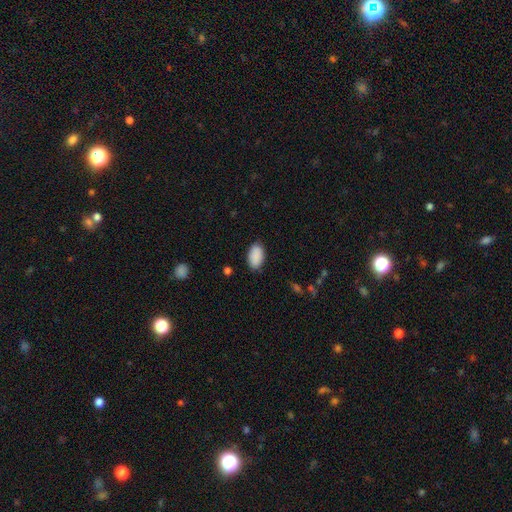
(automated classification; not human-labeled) Smooth or featured?
  - smooth: 91% *
  - star or artifact: 6%
  - featured or disk: 3%
How rounded?
  - in between: 94% *
  - round: 4%
  - cigar-shaped: 1%
Merging?
  - none: 85% *
  - minor disturbance: 11%
  - major disturbance: 2%
  - merger: 1%